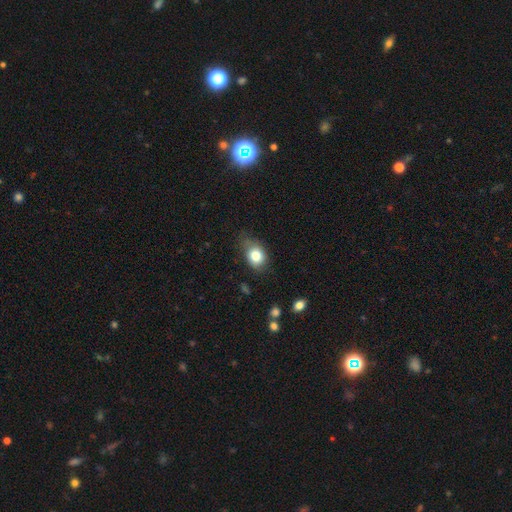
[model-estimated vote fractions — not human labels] smooth_or_featured: smooth (p=0.80) [alt: featured or disk p=0.10]
how_rounded: in between (p=0.59) [alt: round p=0.40]
merging: none (p=0.58) [alt: minor disturbance p=0.32]